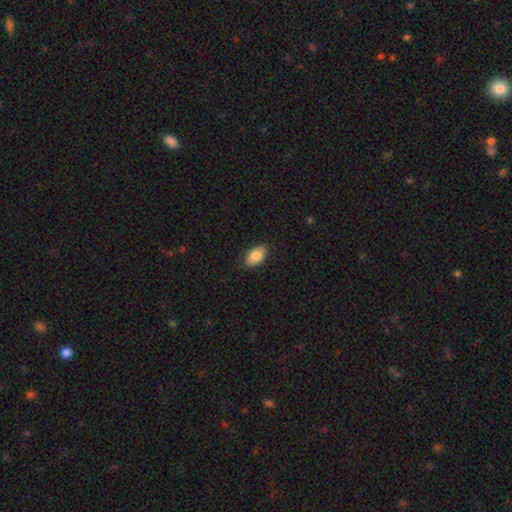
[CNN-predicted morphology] A smooth galaxy with no disk features (84%) that is in between round and cigar-shaped (93%).

Vote fractions:
- Smooth or featured? smooth: 84% / featured or disk: 9% / star or artifact: 6%
- How rounded? in between: 93% / round: 5% / cigar-shaped: 2%
- Merging? none: 85% / minor disturbance: 12% / major disturbance: 2% / merger: 1%